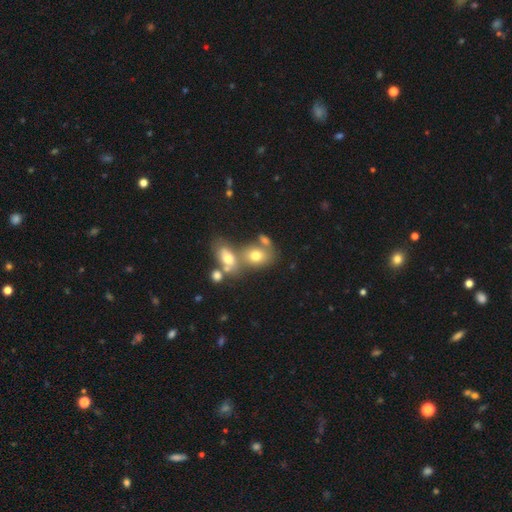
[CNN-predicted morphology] type=smooth (67%); roundness=in between (59%); merging=merger (48%).